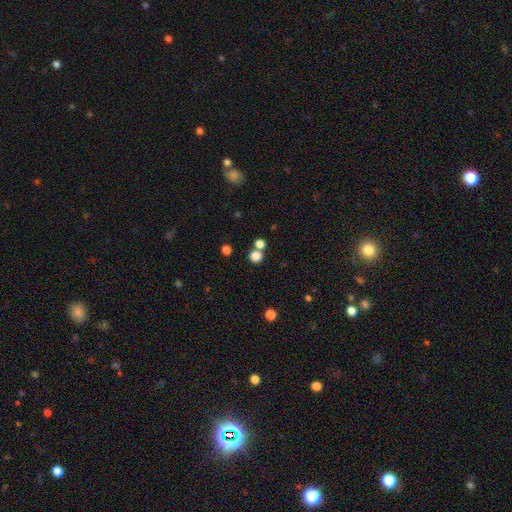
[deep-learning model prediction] Smooth or featured? smooth (79%)
How rounded? round (88%)
Merging? none (64%)